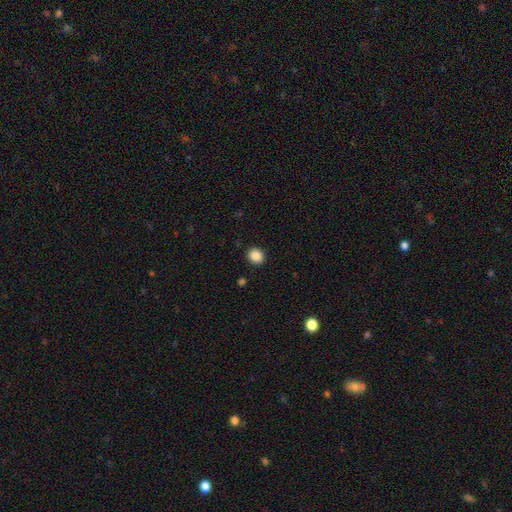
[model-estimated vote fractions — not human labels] Smooth or featured? smooth (87%)
How rounded? round (75%)
Merging? none (91%)